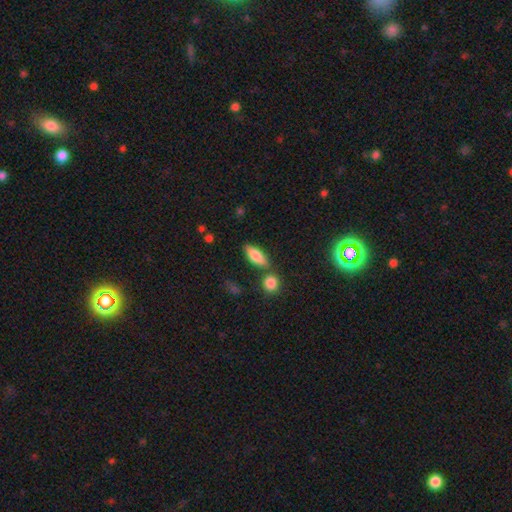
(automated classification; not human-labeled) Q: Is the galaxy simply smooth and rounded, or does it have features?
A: smooth — 73%.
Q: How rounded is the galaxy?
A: in between — 69%.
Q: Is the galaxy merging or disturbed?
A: none — 74%.